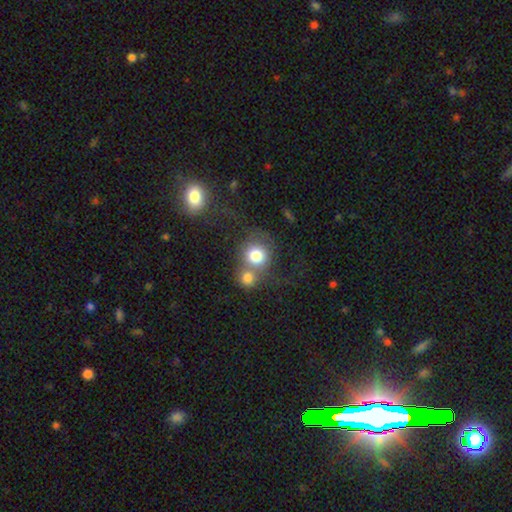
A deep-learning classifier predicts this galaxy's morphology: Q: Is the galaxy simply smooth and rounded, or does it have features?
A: smooth — 74%.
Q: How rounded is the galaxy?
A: round — 85%.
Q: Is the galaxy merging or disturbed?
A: merger — 53%.